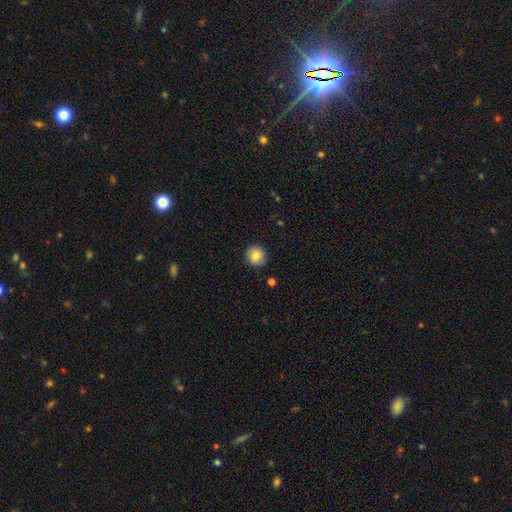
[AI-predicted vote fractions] Overall: smooth (82%). How rounded: round (94%). Merging: none (89%).